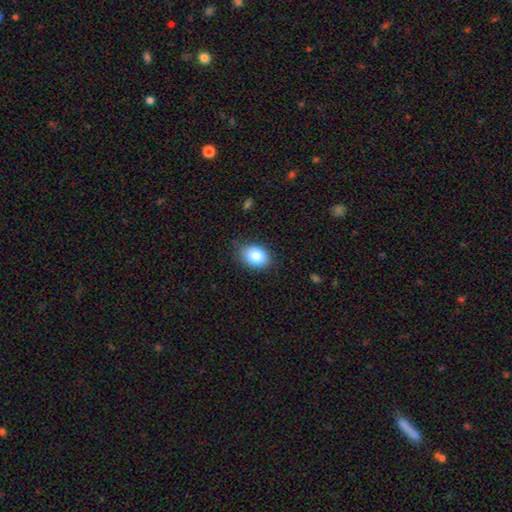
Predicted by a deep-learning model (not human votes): Q: Smooth or featured?
A: smooth (84%); runner-up: star or artifact (9%)
Q: How rounded?
A: in between (68%); runner-up: round (31%)
Q: Merging?
A: none (80%); runner-up: minor disturbance (16%)